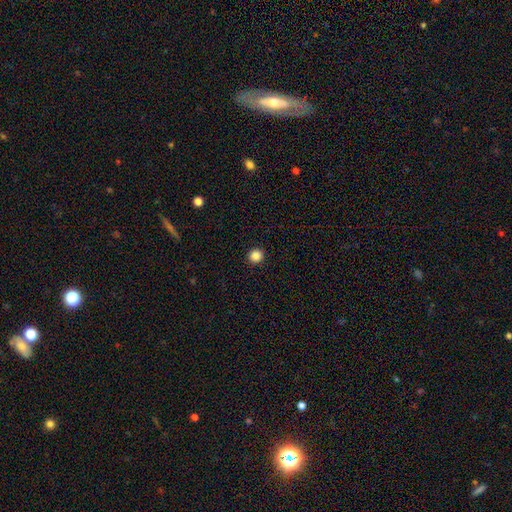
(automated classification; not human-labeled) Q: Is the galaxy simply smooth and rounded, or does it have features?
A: smooth — 85%.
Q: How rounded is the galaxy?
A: round — 94%.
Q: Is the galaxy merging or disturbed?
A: none — 94%.